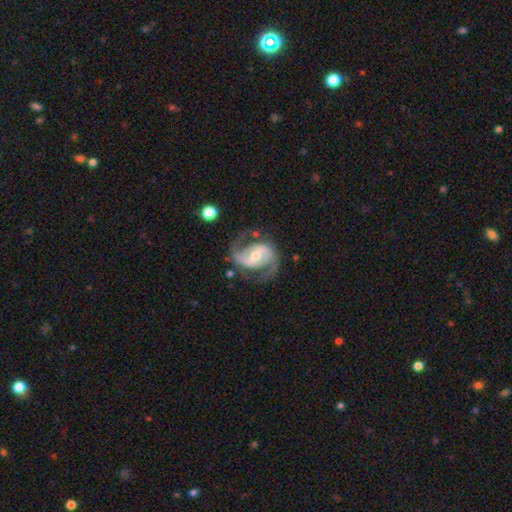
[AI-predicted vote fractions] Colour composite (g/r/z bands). It shows a featured or disk galaxy (91%) with a strong bar (43%), 2 (93%) medium (59%) spiral arms (97%) and a moderate central bulge (56%). Merging: none (75%).